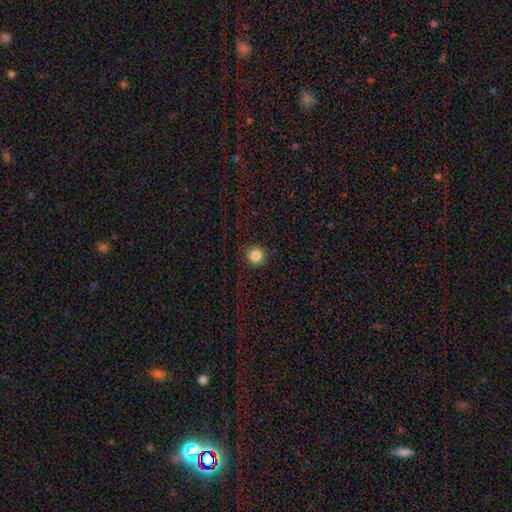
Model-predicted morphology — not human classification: Smooth or featured?
  - smooth: 84% *
  - star or artifact: 11%
  - featured or disk: 5%
How rounded?
  - round: 93% *
  - in between: 6%
  - cigar-shaped: 1%
Merging?
  - none: 91% *
  - minor disturbance: 6%
  - major disturbance: 2%
  - merger: 1%